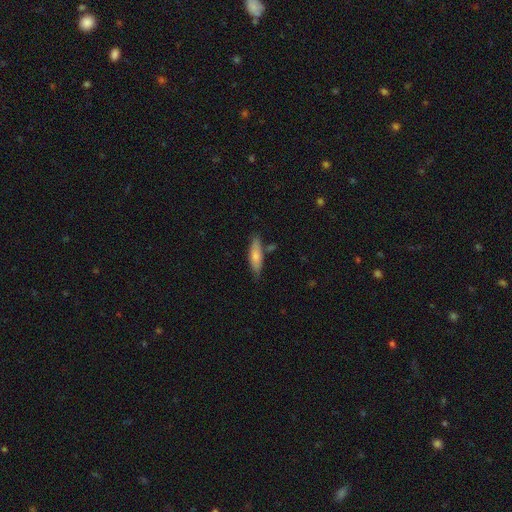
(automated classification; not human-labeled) Smooth or featured? Predicted: smooth (p=0.73). How rounded? Predicted: cigar-shaped (p=0.63). Merging? Predicted: none (p=0.74).